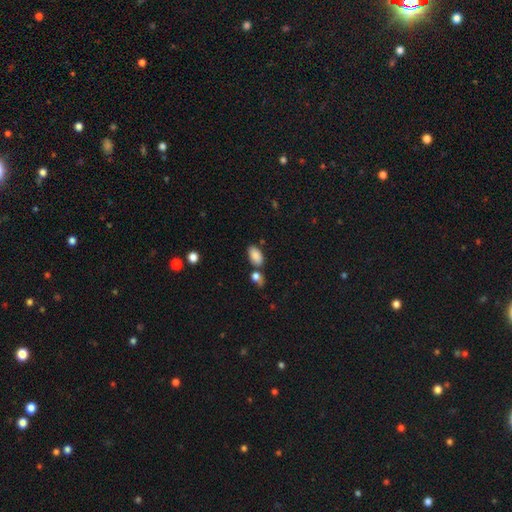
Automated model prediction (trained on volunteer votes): smooth-or-featured: smooth: 86% | star or artifact: 8% | featured or disk: 6%
  how-rounded: in between: 93% | round: 5% | cigar-shaped: 2%
  merging: none: 67% | merger: 15% | minor disturbance: 14% | major disturbance: 4%